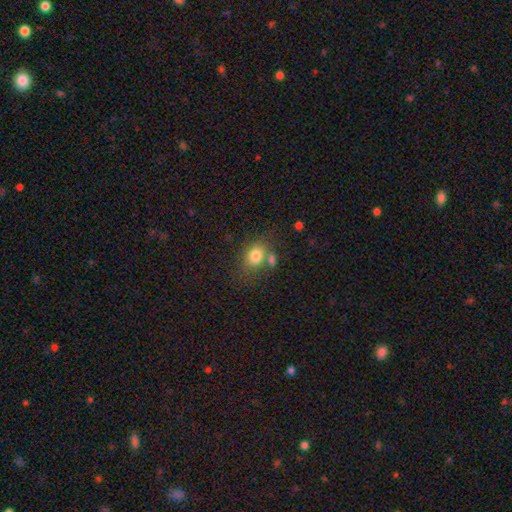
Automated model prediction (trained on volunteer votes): Smooth or featured?
  - smooth: 79% *
  - star or artifact: 11%
  - featured or disk: 10%
How rounded?
  - in between: 51% *
  - round: 48%
  - cigar-shaped: 1%
Merging?
  - none: 57% *
  - merger: 22%
  - minor disturbance: 15%
  - major disturbance: 6%